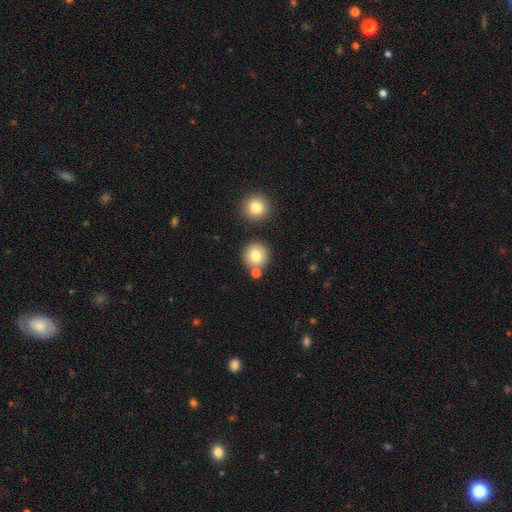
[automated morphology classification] smooth-or-featured: smooth: 78% | featured or disk: 12% | star or artifact: 10%
  how-rounded: round: 93% | in between: 6% | cigar-shaped: 1%
  merging: none: 78% | merger: 11% | minor disturbance: 8% | major disturbance: 3%